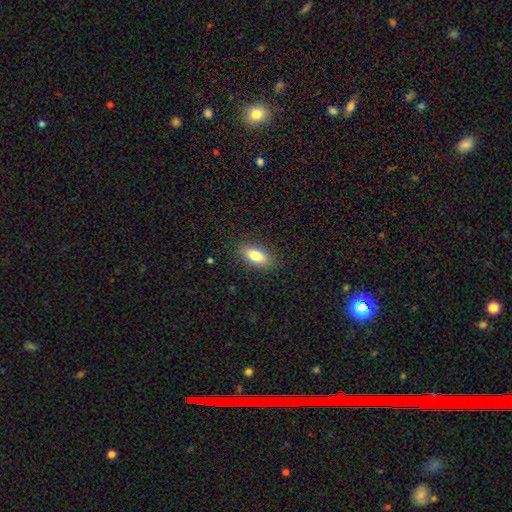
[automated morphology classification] Overall: smooth (80%). How rounded: in between (84%). Merging: none (87%).